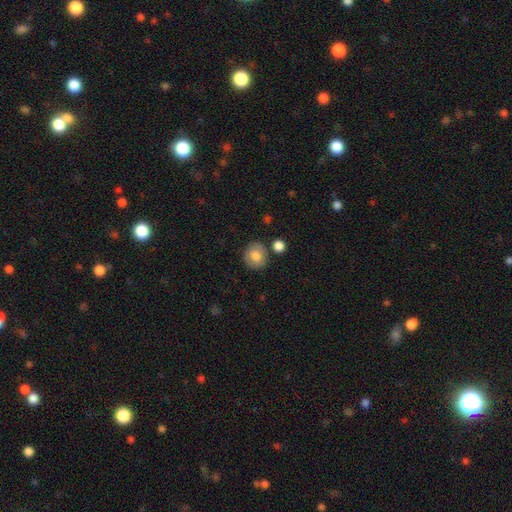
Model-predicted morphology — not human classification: smooth_or_featured: smooth (p=0.76) [alt: featured or disk p=0.15]
how_rounded: round (p=0.81) [alt: in between p=0.18]
merging: none (p=0.80) [alt: minor disturbance p=0.12]